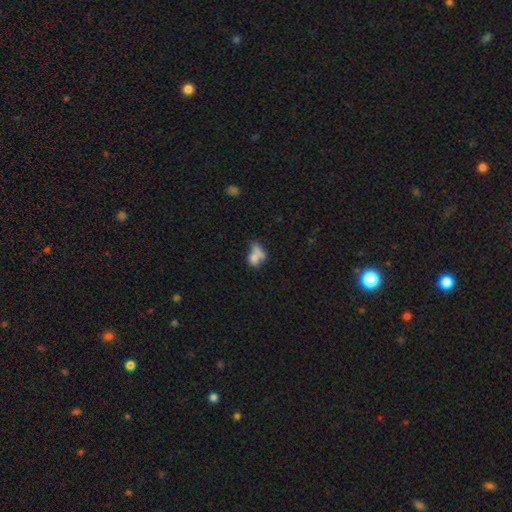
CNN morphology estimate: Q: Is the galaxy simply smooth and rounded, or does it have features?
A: smooth — 68%.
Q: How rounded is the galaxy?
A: in between — 59%.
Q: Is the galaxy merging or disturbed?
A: merger — 53%.